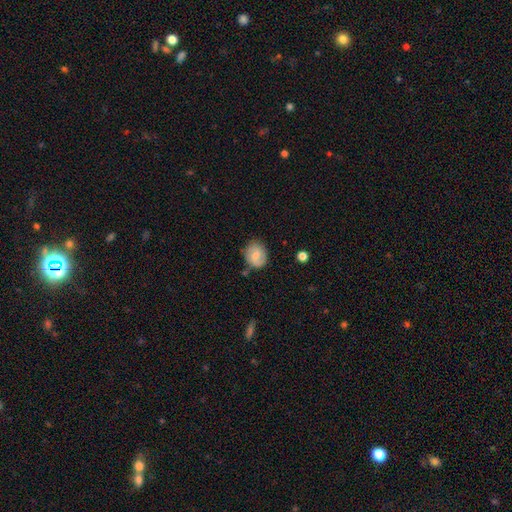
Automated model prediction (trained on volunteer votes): Morphology: type=smooth (57%); roundness=round (59%); merging=none (73%).